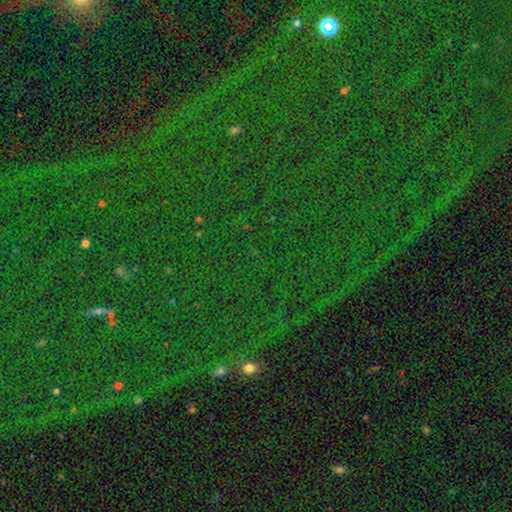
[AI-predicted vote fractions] smooth-or-featured: star or artifact: 84% | smooth: 8% | featured or disk: 7%